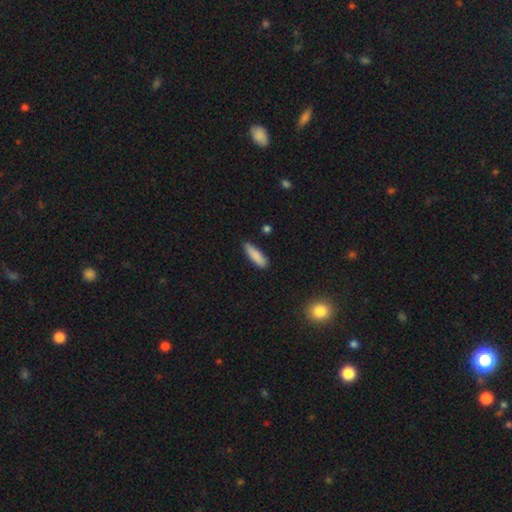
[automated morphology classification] Smooth or featured?
  - smooth: 86% *
  - featured or disk: 7%
  - star or artifact: 6%
How rounded?
  - cigar-shaped: 67% *
  - in between: 31%
  - round: 2%
Merging?
  - none: 83% *
  - minor disturbance: 13%
  - major disturbance: 2%
  - merger: 2%